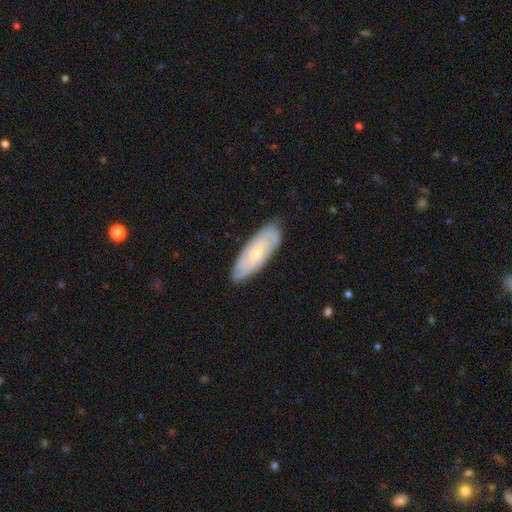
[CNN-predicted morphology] Smooth or featured? featured or disk (53%)
Edge-on disk? no (77%)
Merging? none (86%)